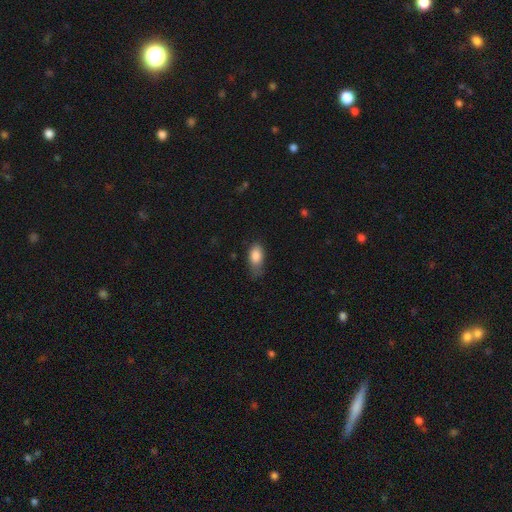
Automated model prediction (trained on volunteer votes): The model was most divided on "merging": none: 49%, minor disturbance: 37%, major disturbance: 12%, merger: 2%. More confident: how rounded — in between (89%); smooth or featured — smooth (85%).